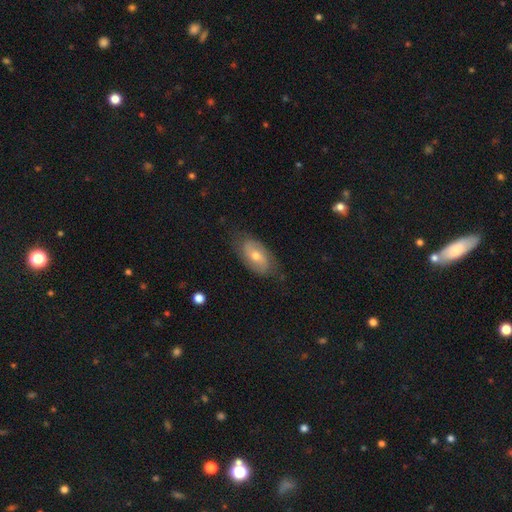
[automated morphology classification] Smooth or featured? featured or disk (55%)
Edge-on disk? no (92%)
Bar? no (56%)
Spiral arms? yes (78%)
Bulge size? moderate (65%)
Merging? none (73%)